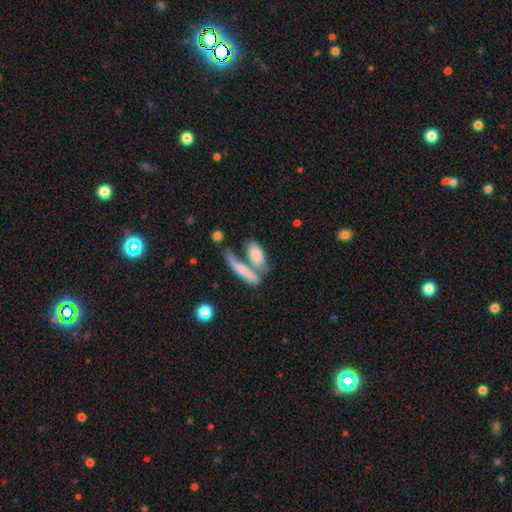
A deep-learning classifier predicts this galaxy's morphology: Smooth or featured? smooth (71%)
How rounded? in between (63%)
Merging? merger (47%)